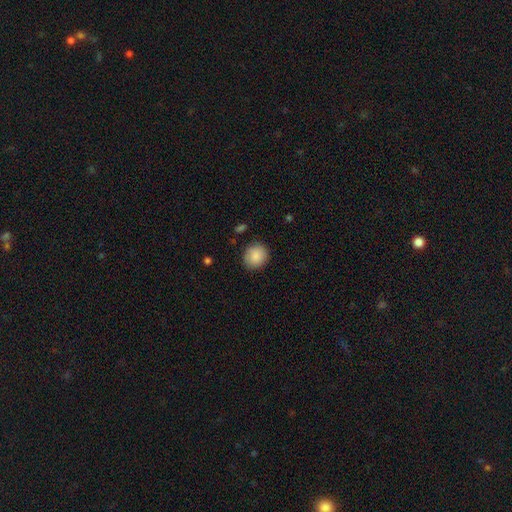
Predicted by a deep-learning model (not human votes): Smooth or featured?
  - smooth: 87% *
  - star or artifact: 7%
  - featured or disk: 6%
How rounded?
  - round: 82% *
  - in between: 17%
  - cigar-shaped: 1%
Merging?
  - none: 88% *
  - minor disturbance: 9%
  - major disturbance: 2%
  - merger: 1%